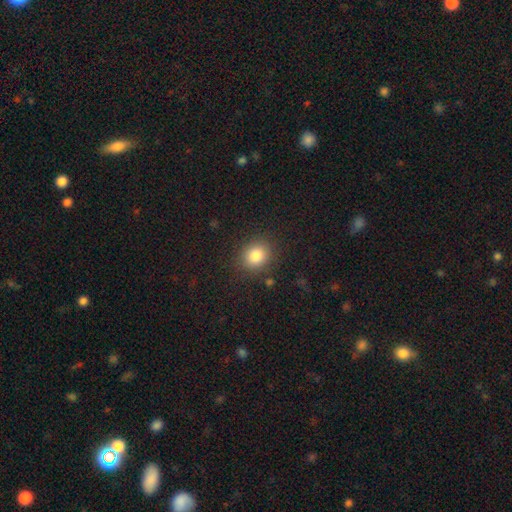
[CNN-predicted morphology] smooth 83%, star or artifact 11%, featured or disk 6%. Down the decision tree: how rounded — round (66%); merging — none (85%).